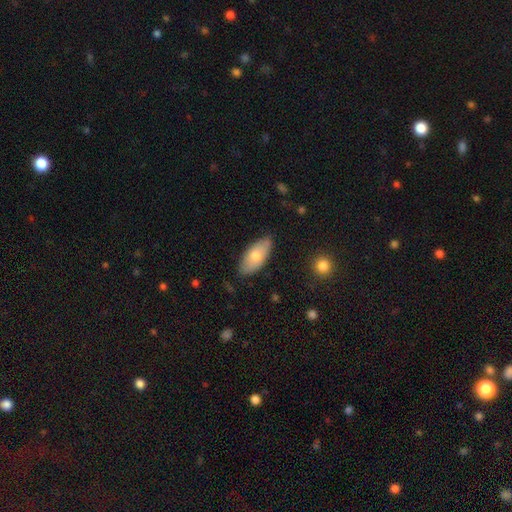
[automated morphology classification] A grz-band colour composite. It shows a smooth galaxy with no disk features (71%) that is in between round and cigar-shaped (89%). Merging: none (80%).